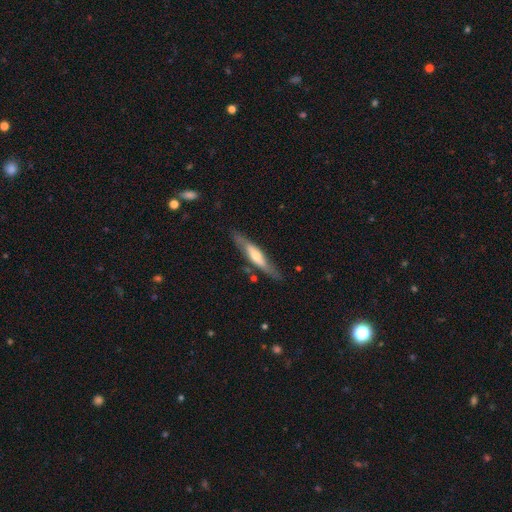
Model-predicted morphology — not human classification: smooth_or_featured: featured or disk (p=0.56) [alt: smooth p=0.38]
disk_edge_on: yes (p=0.77) [alt: no p=0.23]
merging: none (p=0.79) [alt: minor disturbance p=0.14]